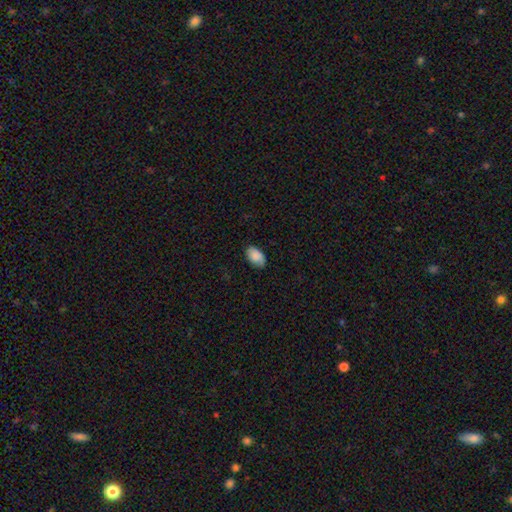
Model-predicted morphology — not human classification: This is clearly a smooth galaxy (86%). How rounded: clearly in between (93%). Merging: clearly none (80%).